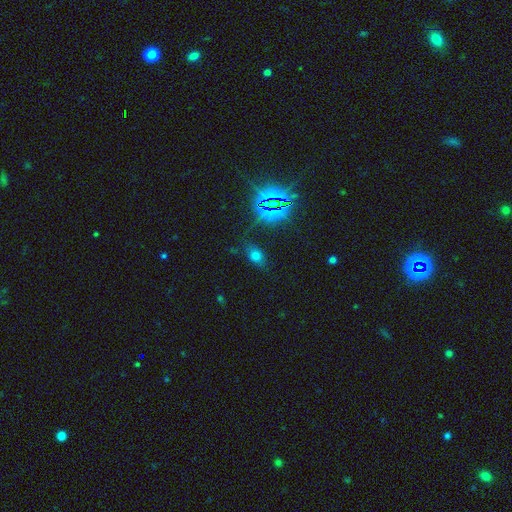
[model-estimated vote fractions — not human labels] The model was most divided on "smooth or featured": smooth: 54%, star or artifact: 33%, featured or disk: 13%. More confident: how rounded — in between (77%); merging — none (76%).